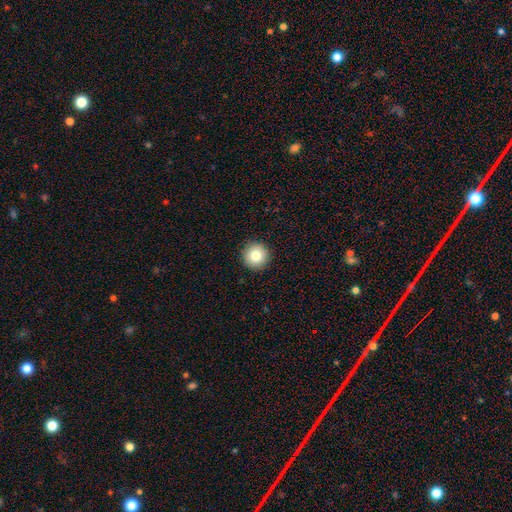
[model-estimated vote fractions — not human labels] smooth 81%, star or artifact 10%, featured or disk 9%. Down the decision tree: how rounded — round (96%); merging — none (93%).